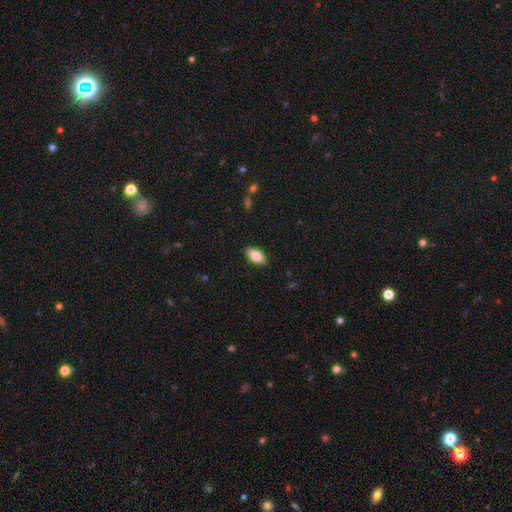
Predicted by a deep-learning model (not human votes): Smooth or featured? smooth (84%)
How rounded? in between (92%)
Merging? none (89%)